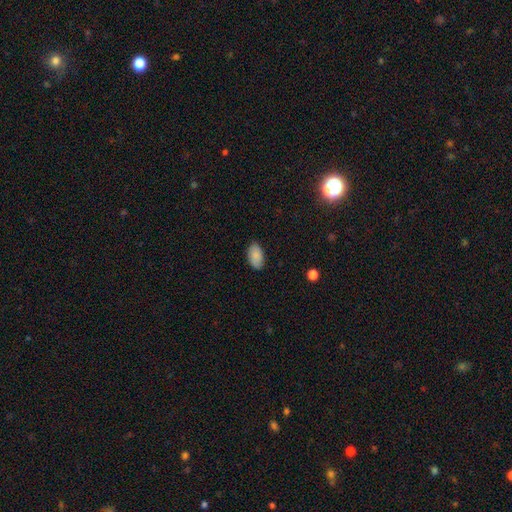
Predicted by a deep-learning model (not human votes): The model was most divided on "merging": none: 85%, minor disturbance: 11%, major disturbance: 2%, merger: 1%. More confident: how rounded — in between (94%); smooth or featured — smooth (86%).